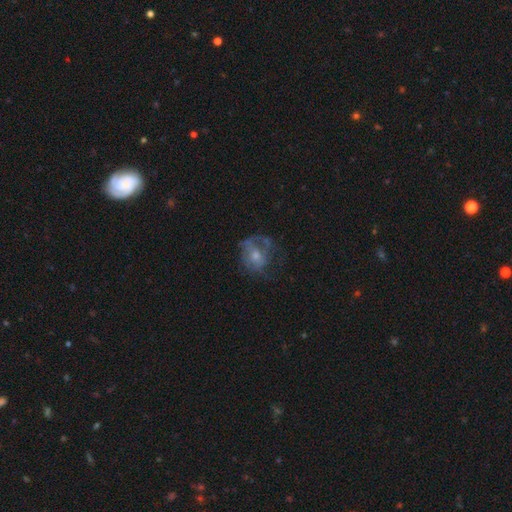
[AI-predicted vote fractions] Smooth or featured? Predicted: featured or disk (p=0.57). Edge-on disk? Predicted: no (p=0.97). Bar? Predicted: no (p=0.77). Spiral arms? Predicted: yes (p=0.52). Bulge size? Predicted: moderate (p=0.48). Merging? Predicted: none (p=0.51).